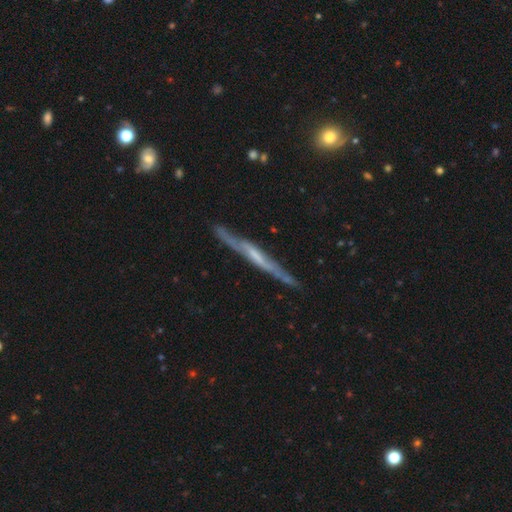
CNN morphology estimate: This is likely a featured or disk galaxy (75%). It is clearly viewed edge-on (94%). Edge-on bulge: possibly none (56%). Merging: clearly none (82%).